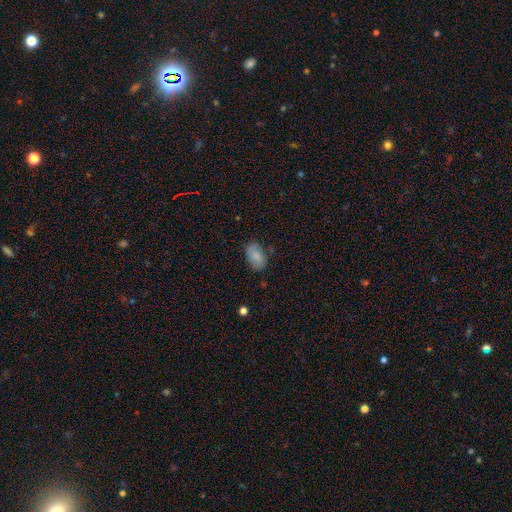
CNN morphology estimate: Smooth or featured? smooth (82%)
How rounded? in between (91%)
Merging? none (76%)